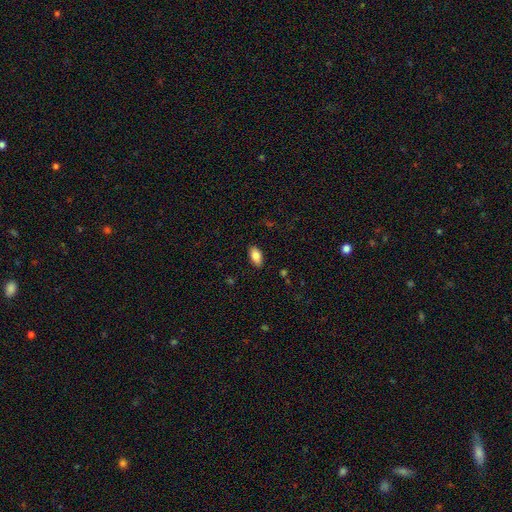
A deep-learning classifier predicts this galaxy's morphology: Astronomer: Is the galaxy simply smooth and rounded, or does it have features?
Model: smooth — 84%.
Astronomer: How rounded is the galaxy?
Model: in between — 93%.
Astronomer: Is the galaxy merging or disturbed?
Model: none — 88%.